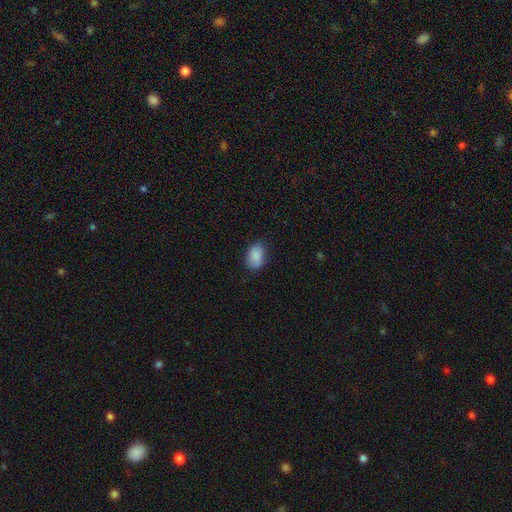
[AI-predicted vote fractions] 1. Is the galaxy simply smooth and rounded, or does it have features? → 88% smooth, 8% star or artifact, 4% featured or disk.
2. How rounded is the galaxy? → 86% in between, 13% round, 1% cigar-shaped.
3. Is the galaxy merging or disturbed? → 76% none, 19% minor disturbance, 4% major disturbance, 1% merger.